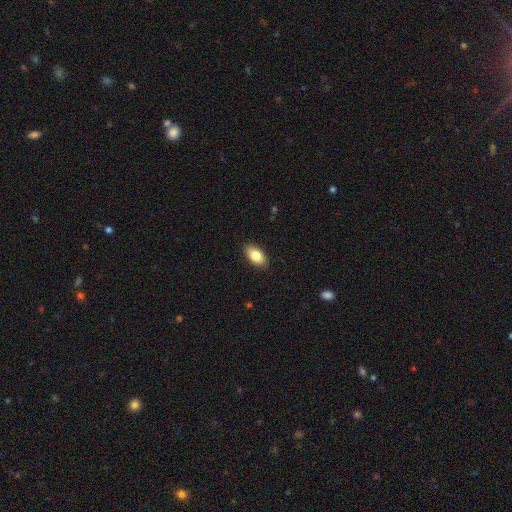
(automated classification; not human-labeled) smooth 81%, featured or disk 12%, star or artifact 7%. Down the decision tree: how rounded — in between (93%); merging — none (89%).